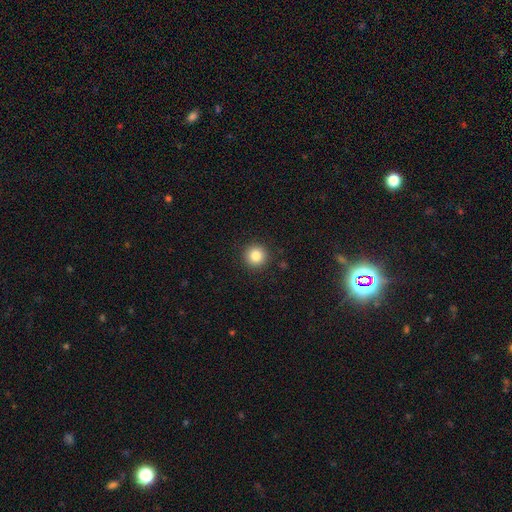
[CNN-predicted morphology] type=smooth (84%); roundness=round (95%); merging=none (92%).